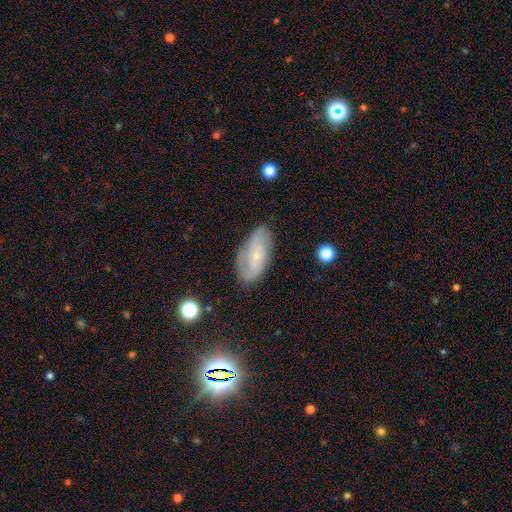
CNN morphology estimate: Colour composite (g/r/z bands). It shows a featured or disk galaxy (63%) with no bar (67%), spiral arms (81%) and a small central bulge (80%). Merging: none (72%).